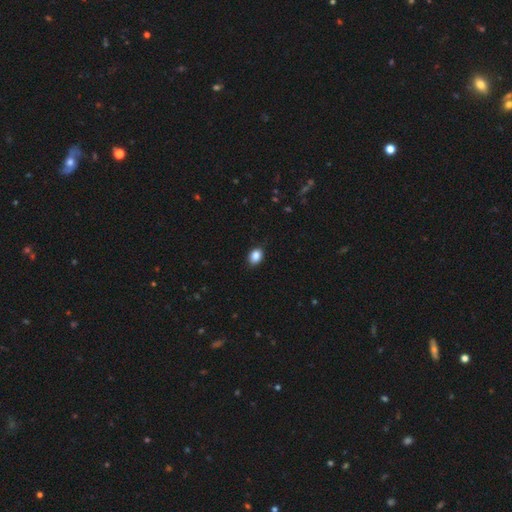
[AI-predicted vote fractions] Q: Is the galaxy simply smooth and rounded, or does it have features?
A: smooth — 87%.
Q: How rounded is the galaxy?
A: in between — 69%.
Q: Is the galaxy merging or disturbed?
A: none — 87%.